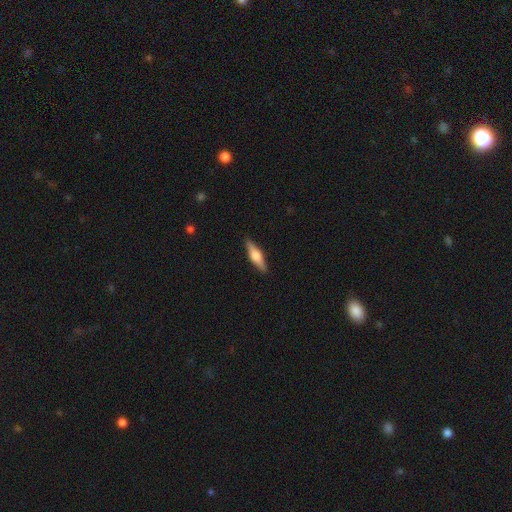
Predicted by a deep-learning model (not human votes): smooth-or-featured: featured or disk: 57% | smooth: 37% | star or artifact: 6%
  disk-edge-on: yes: 96% | no: 4%
    edge-on-bulge: rounded: 90% | boxy: 8% | none: 2%
  merging: none: 90% | minor disturbance: 7% | major disturbance: 2% | merger: 1%